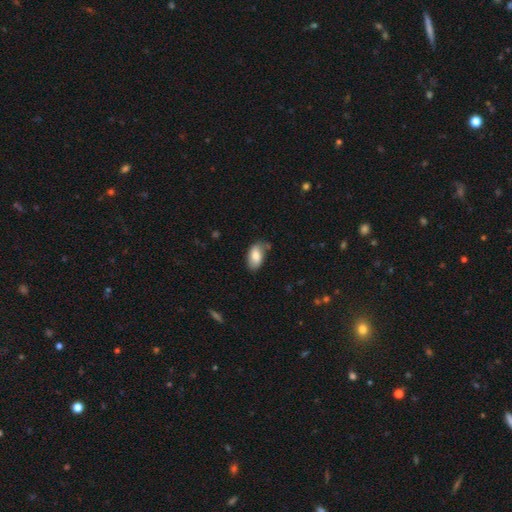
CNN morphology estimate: Smooth or featured? Predicted: smooth (p=0.79). How rounded? Predicted: in between (p=0.94). Merging? Predicted: none (p=0.63).